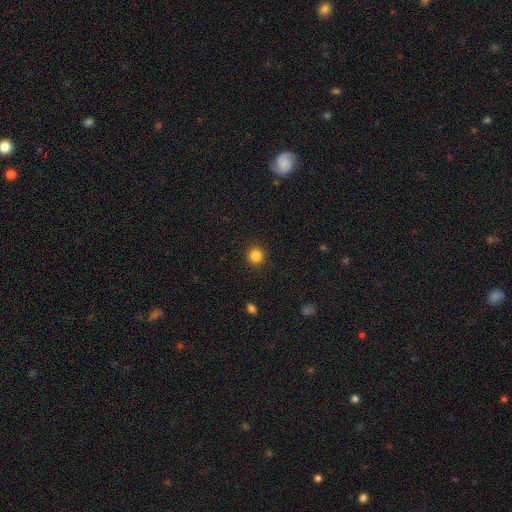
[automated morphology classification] Overall: smooth (85%). How rounded: round (94%). Merging: none (92%).